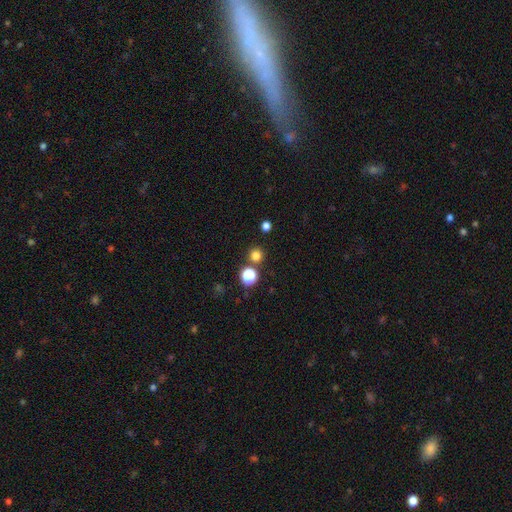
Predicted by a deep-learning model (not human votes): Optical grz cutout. It shows a smooth galaxy with no disk features (77%) that is round (94%). Merging: none (85%).